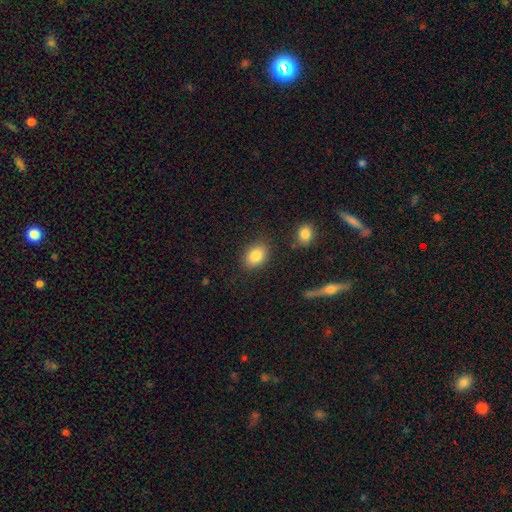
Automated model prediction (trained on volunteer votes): This appears to be a smooth galaxy with no disk features (85%) that is in between round and cigar-shaped (76%). Merging: none (83%).